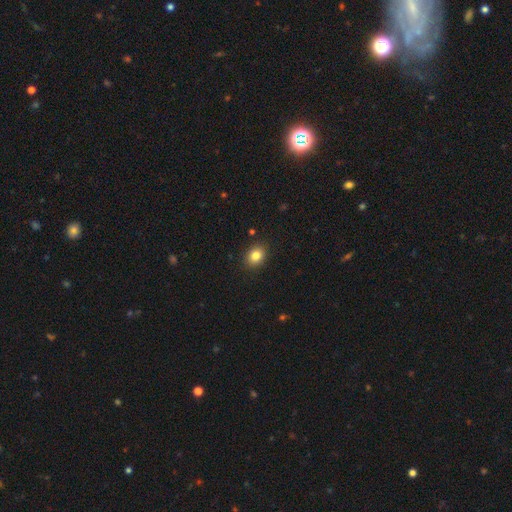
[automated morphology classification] type=smooth (83%); roundness=in between (55%); merging=none (89%).